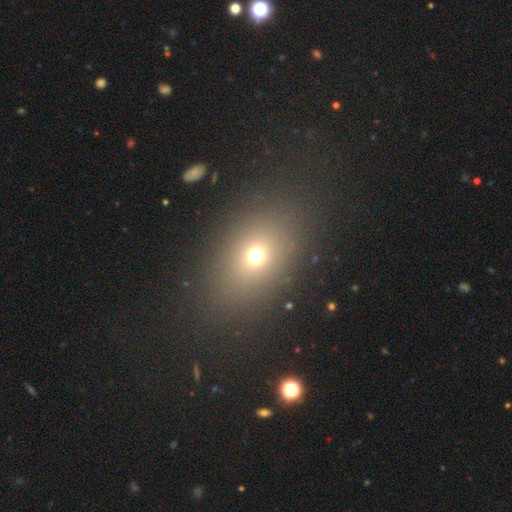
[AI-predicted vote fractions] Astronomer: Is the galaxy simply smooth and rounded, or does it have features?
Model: smooth — 67%.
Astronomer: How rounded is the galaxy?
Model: in between — 57% (runner-up: round, 41%).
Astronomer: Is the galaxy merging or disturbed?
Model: none — 80%.